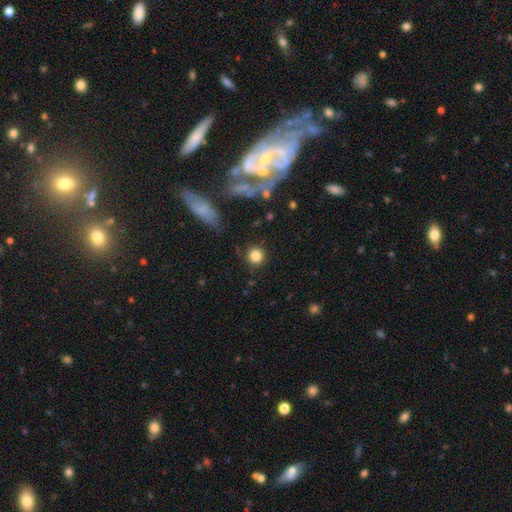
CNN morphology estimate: smooth 83%, star or artifact 11%, featured or disk 6%. Down the decision tree: how rounded — round (93%); merging — none (86%).